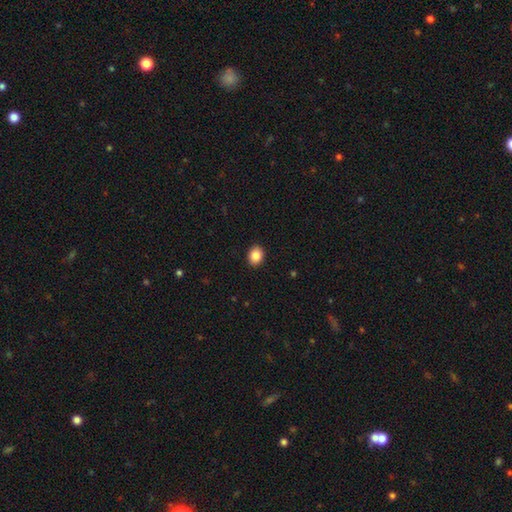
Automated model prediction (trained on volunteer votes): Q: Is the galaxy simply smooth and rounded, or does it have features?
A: smooth — 87%.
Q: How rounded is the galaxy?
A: in between — 52%.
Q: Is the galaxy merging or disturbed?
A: none — 91%.